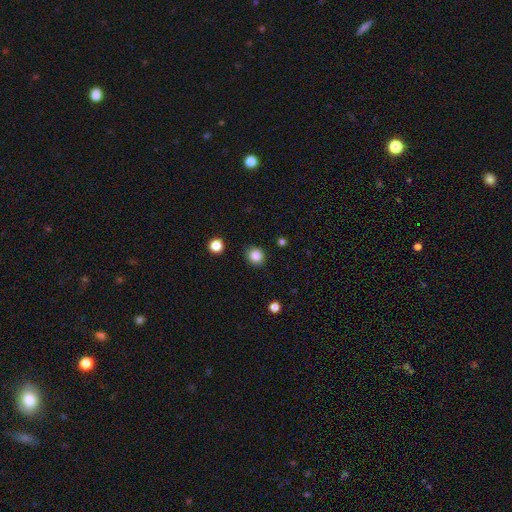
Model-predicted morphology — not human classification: Smooth or featured? smooth (85%)
How rounded? round (80%)
Merging? none (86%)